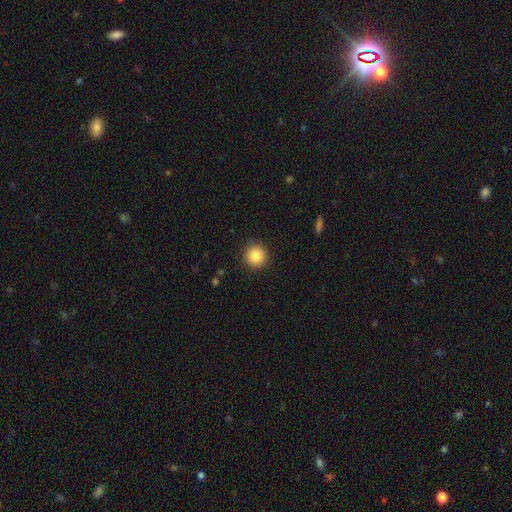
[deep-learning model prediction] The model was most divided on "smooth or featured": smooth: 86%, star or artifact: 9%, featured or disk: 4%. More confident: how rounded — round (94%); merging — none (91%).